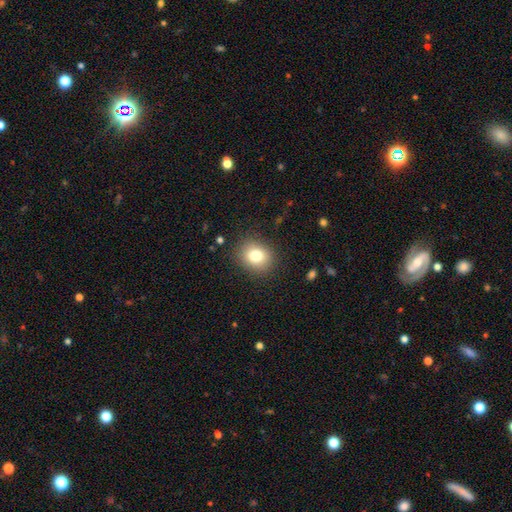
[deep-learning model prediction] Overall: smooth (79%). How rounded: round (68%; in between 31%). Merging: none (88%).